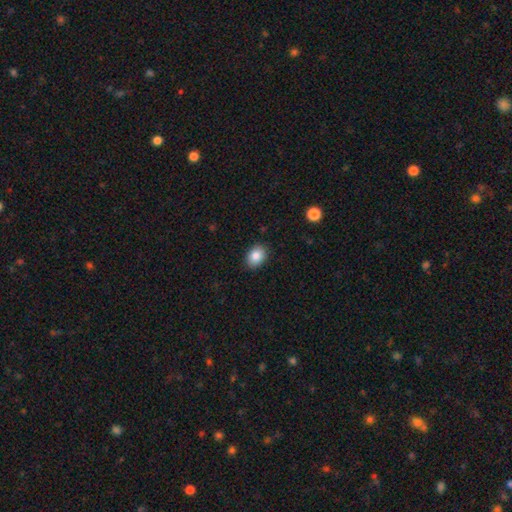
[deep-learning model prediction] Smooth or featured? Predicted: smooth (p=0.86). How rounded? Predicted: in between (p=0.72). Merging? Predicted: none (p=0.88).